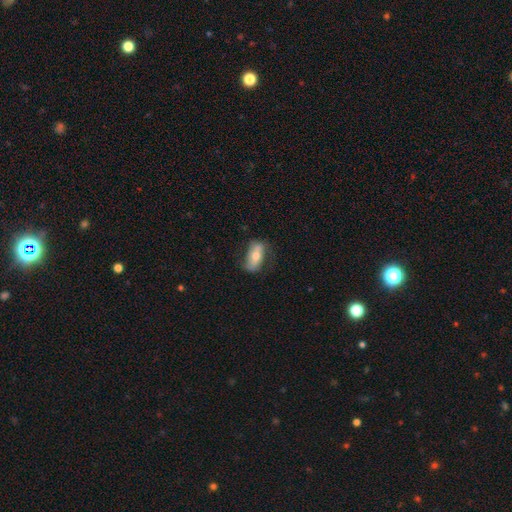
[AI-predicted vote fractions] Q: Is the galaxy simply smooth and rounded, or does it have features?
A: smooth — 52%.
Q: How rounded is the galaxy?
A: in between — 82%.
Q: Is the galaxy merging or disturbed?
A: none — 65%.